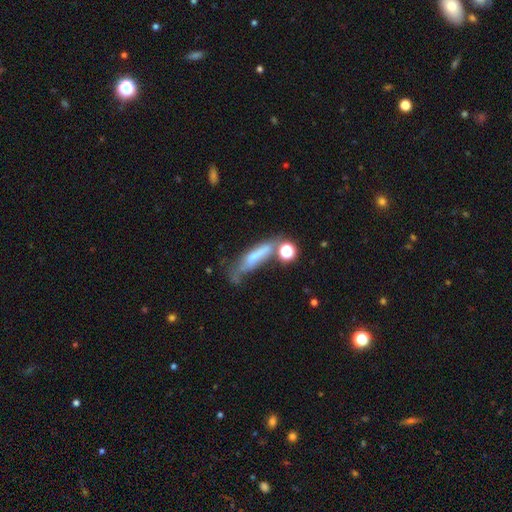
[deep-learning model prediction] The model was most divided on "smooth or featured": featured or disk: 46%, smooth: 42%, star or artifact: 13%. Remaining: merging — none (34%).